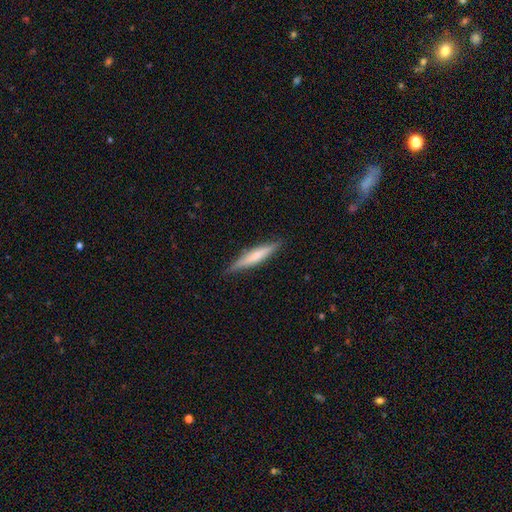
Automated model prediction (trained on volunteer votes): smooth-or-featured: smooth: 55% | featured or disk: 39% | star or artifact: 6%
  how-rounded: cigar-shaped: 89% | in between: 10% | round: 1%
  merging: none: 85% | minor disturbance: 11% | major disturbance: 2% | merger: 1%